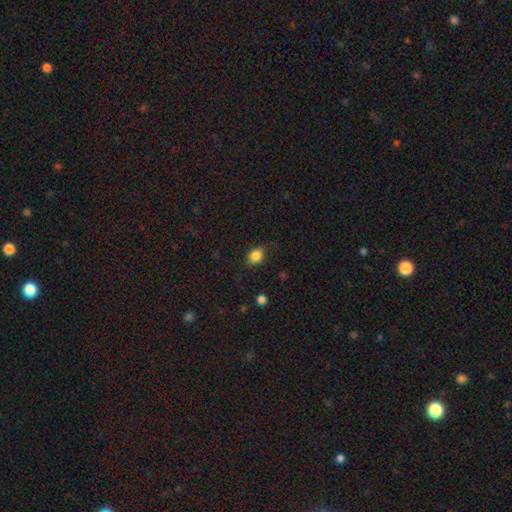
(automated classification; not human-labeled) A smooth galaxy with no disk features (85%) that is in between round and cigar-shaped (51%).

Vote fractions:
- Smooth or featured? smooth: 85% / star or artifact: 10% / featured or disk: 5%
- How rounded? in between: 51% / round: 48% / cigar-shaped: 1%
- Merging? none: 79% / minor disturbance: 16% / major disturbance: 4% / merger: 1%